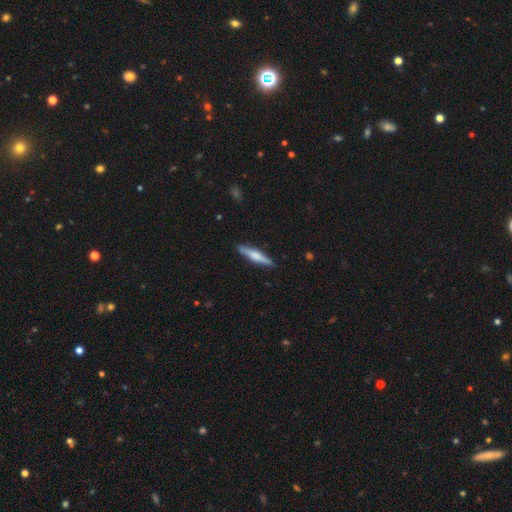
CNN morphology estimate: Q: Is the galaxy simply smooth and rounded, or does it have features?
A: featured or disk — 48%.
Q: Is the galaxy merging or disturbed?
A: none — 88%.